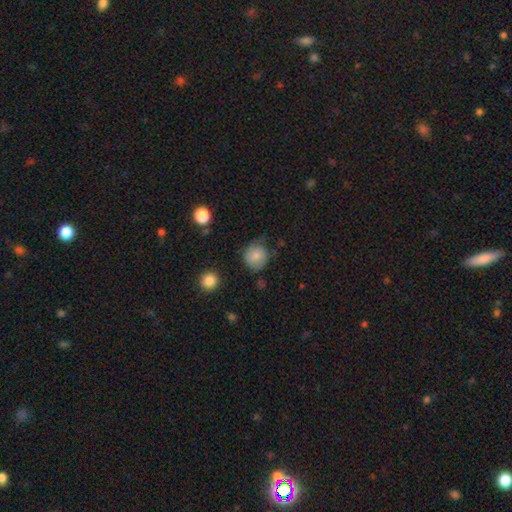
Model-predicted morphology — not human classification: This appears to be a smooth galaxy with no disk features (77%) that is round (81%). Merging: none (55%).